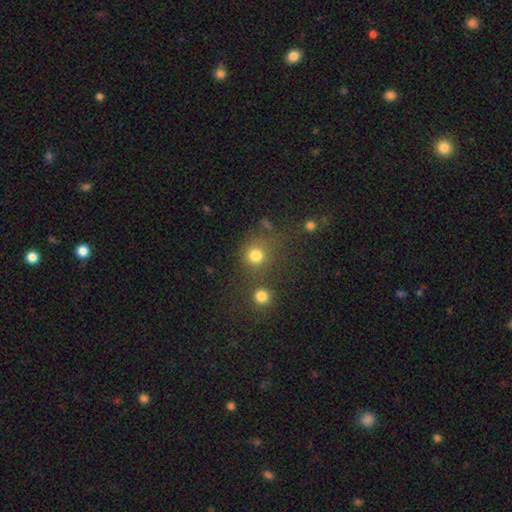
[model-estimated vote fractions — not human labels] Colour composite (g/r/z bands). It shows a smooth galaxy with no disk features (78%) that is round (88%). Merging: none (62%).